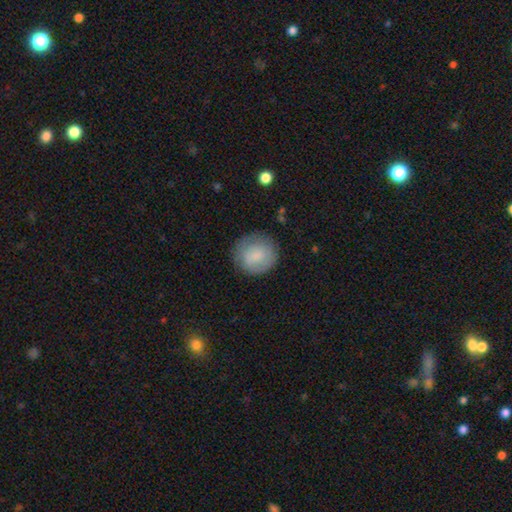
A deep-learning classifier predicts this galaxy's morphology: smooth 78%, featured or disk 15%, star or artifact 7%. Down the decision tree: how rounded — round (90%); merging — none (80%).